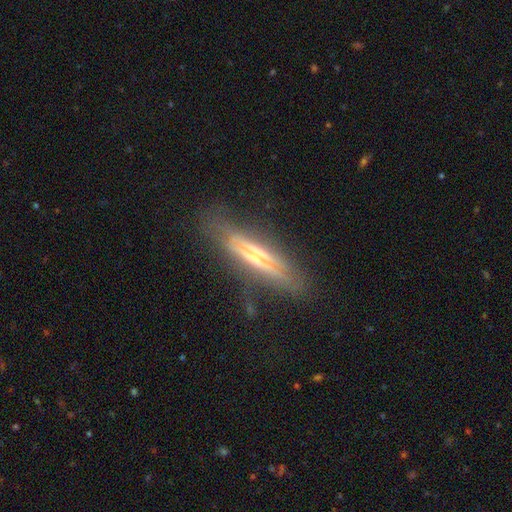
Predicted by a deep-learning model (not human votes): The model was most divided on "edge-on bulge": rounded: 53%, none: 28%, boxy: 18%. More confident: edge-on disk — yes (92%); merging — none (73%); smooth or featured — featured or disk (68%).